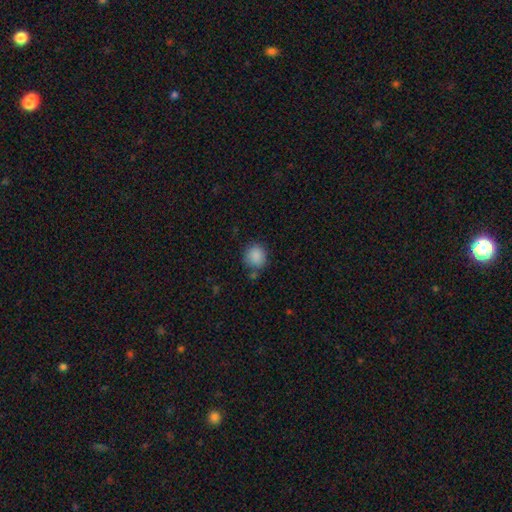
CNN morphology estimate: This is clearly a smooth galaxy (88%). How rounded: clearly round (83%). Merging: likely none (76%).